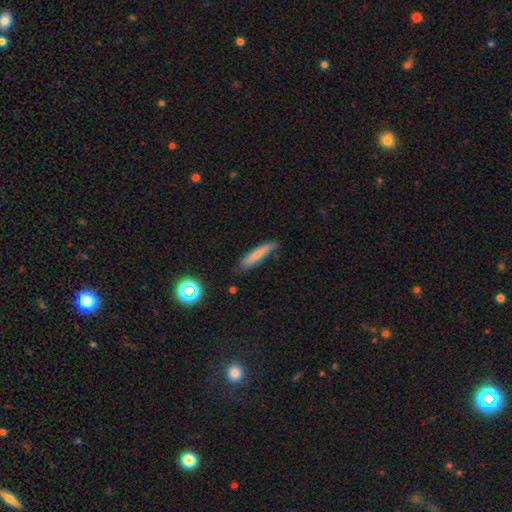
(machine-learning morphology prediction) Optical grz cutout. It shows a smooth galaxy with no disk features (72%) that is cigar-shaped (88%). Merging: none (77%).